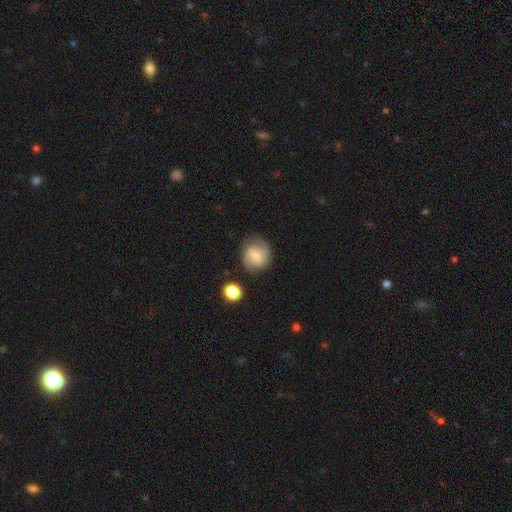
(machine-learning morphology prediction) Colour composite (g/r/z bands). It shows a smooth galaxy with no disk features (56%) that is round (80%). Merging: none (71%).